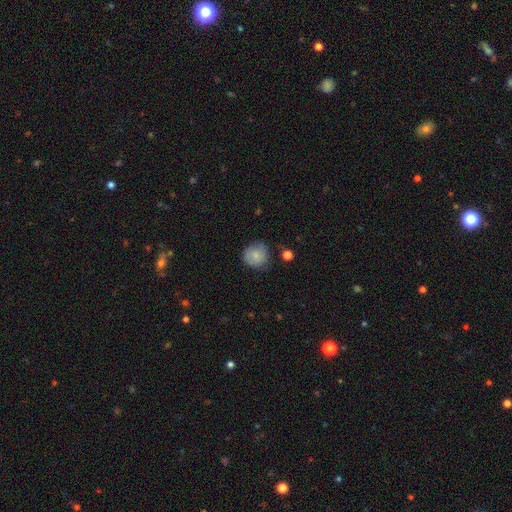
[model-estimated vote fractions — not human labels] Smooth or featured? Predicted: smooth (p=0.77). How rounded? Predicted: round (p=0.88). Merging? Predicted: none (p=0.68).